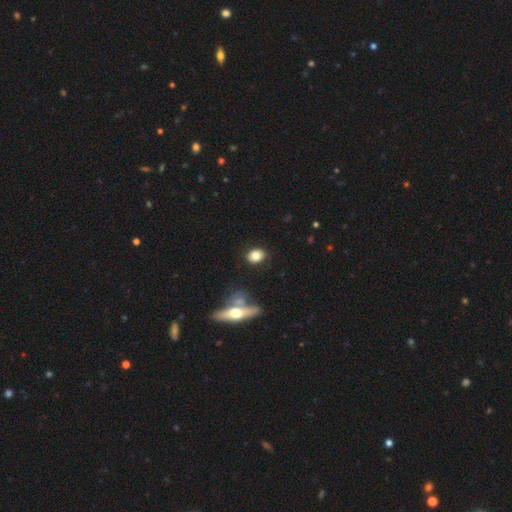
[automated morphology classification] This appears to be a smooth galaxy with no disk features (81%) that is in between round and cigar-shaped (49%, tied with round). Merging: none (84%).